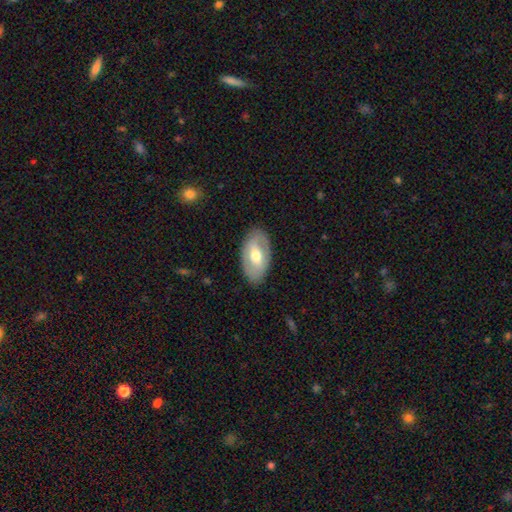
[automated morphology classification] This is possibly a featured or disk galaxy (52%). It is clearly not viewed edge-on (88%). Merging: clearly none (84%).